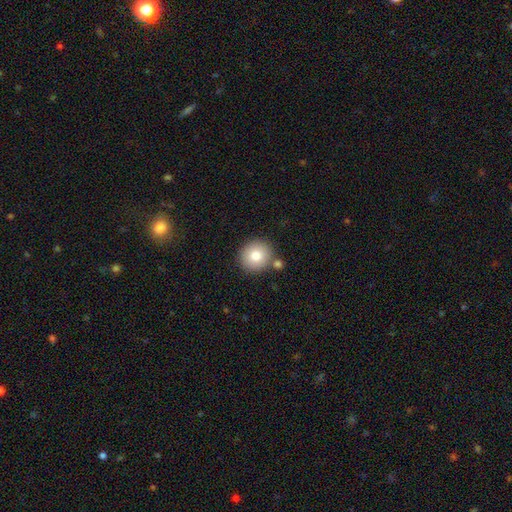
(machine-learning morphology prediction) The model was most divided on "merging": none: 79%, merger: 10%, minor disturbance: 9%, major disturbance: 2%. More confident: how rounded — round (88%); smooth or featured — smooth (80%).